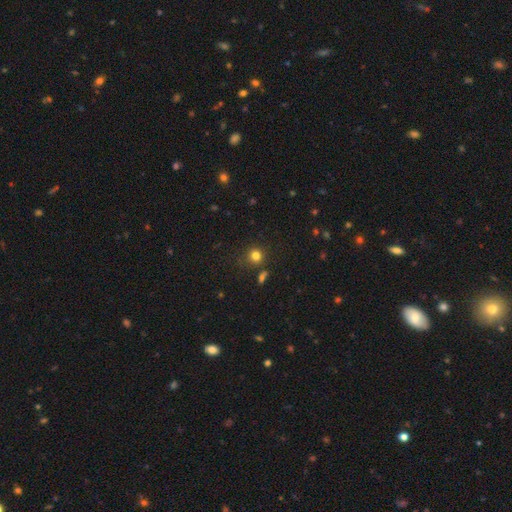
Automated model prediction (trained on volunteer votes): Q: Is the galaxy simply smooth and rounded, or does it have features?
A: smooth — 79%.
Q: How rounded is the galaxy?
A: round — 89%.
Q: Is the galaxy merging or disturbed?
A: none — 81%.